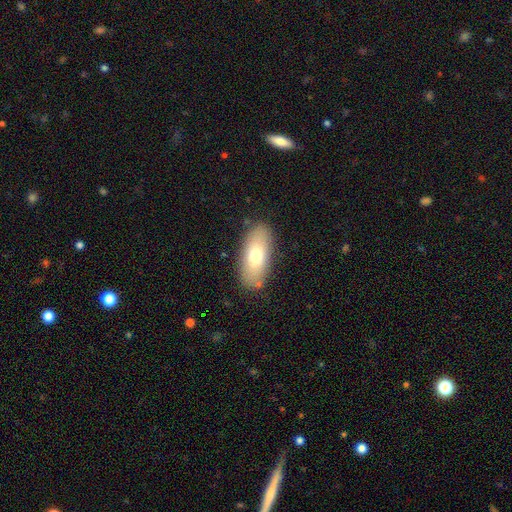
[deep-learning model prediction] Smooth or featured? smooth (73%)
How rounded? in between (87%)
Merging? none (84%)